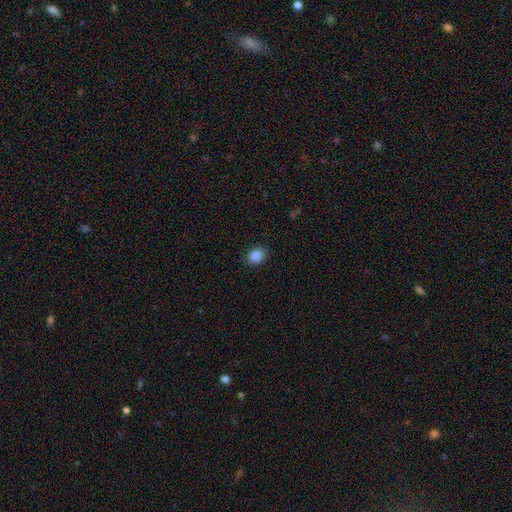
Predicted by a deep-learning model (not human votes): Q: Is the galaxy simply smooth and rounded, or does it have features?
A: smooth — 86%.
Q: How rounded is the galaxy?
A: round — 56%.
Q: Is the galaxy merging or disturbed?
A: none — 85%.